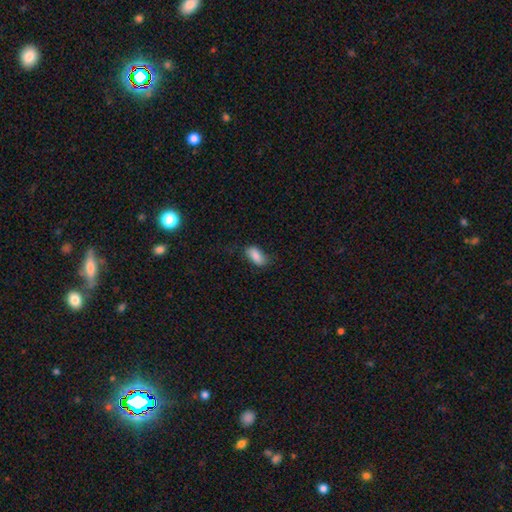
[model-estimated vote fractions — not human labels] Smooth or featured: smooth — 85% (featured or disk — 8%)
How rounded: in between — 91% (cigar-shaped — 6%)
Merging: none — 68% (minor disturbance — 24%)